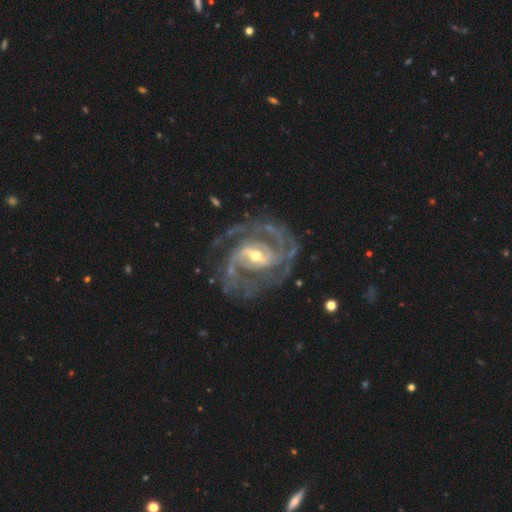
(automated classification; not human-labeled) Smooth or featured? Predicted: featured or disk (p=0.93). Edge-on disk? Predicted: no (p=0.98). Bar? Predicted: weak (p=0.48). Spiral arms? Predicted: yes (p=0.98). Spiral winding? Predicted: medium (p=0.46). Spiral arm count? Predicted: 2 (p=0.50). Bulge size? Predicted: moderate (p=0.56). Merging? Predicted: none (p=0.70).